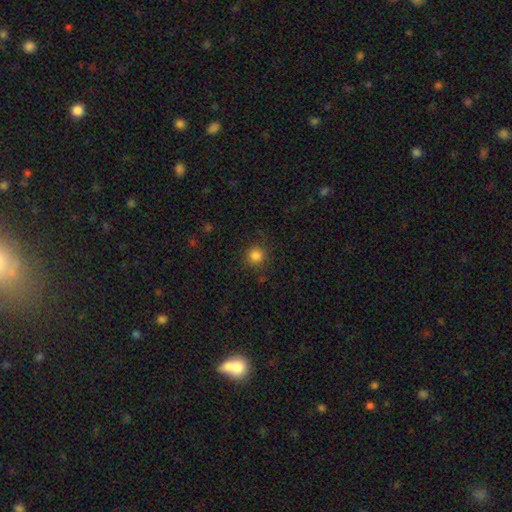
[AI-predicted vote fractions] smooth 84%, star or artifact 12%, featured or disk 4%. Down the decision tree: how rounded — round (94%); merging — none (86%).